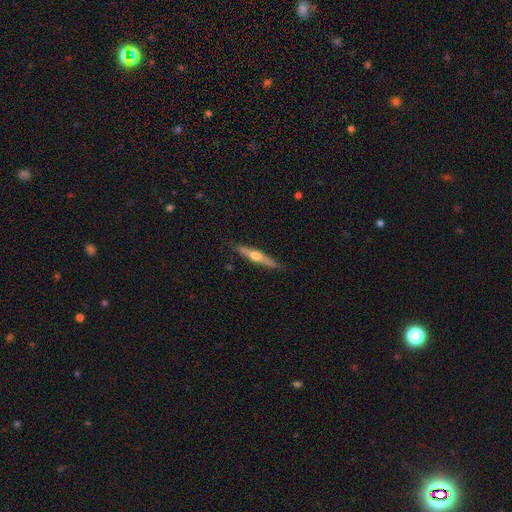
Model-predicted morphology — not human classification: A featured or disk galaxy (63%) viewed edge-on (96%) with a rounded central bulge (92%). Merging: none (86%).